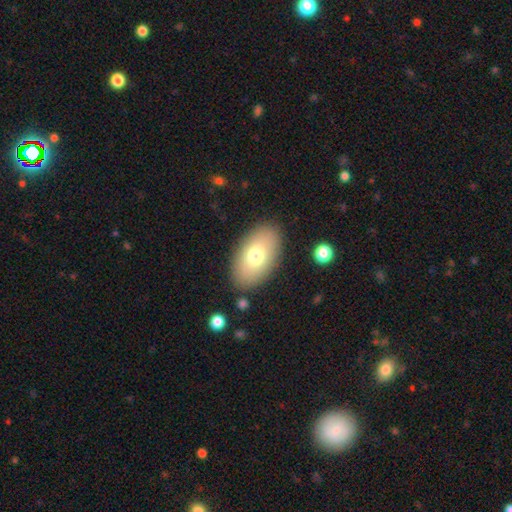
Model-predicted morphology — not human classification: The model was most divided on "smooth or featured": smooth: 72%, featured or disk: 20%, star or artifact: 8%. More confident: how rounded — in between (93%); merging — none (85%).